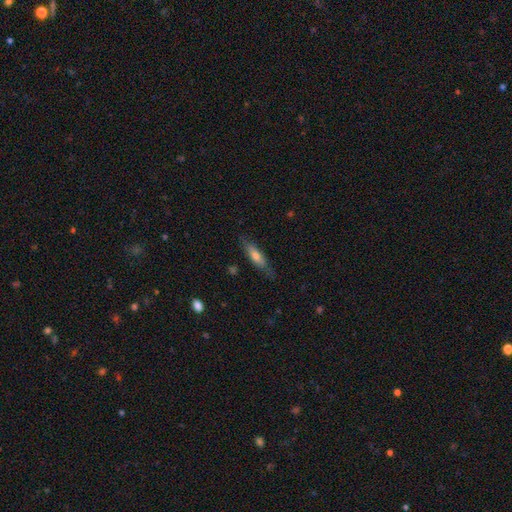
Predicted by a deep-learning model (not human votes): This is possibly a smooth galaxy (60%). How rounded: likely cigar-shaped (68%). Merging: likely none (77%).